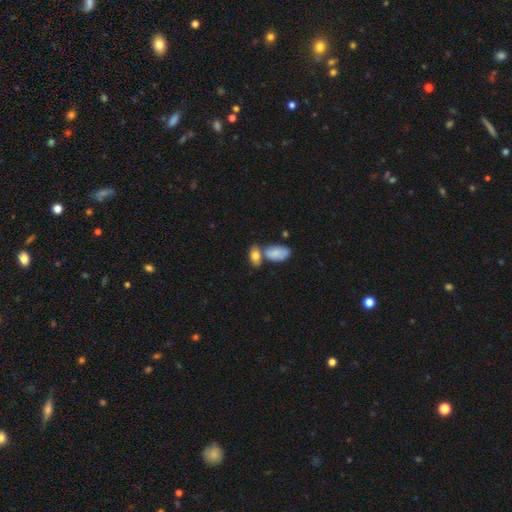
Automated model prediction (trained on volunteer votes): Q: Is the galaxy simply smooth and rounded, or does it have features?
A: smooth — 78%.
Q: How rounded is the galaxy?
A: in between — 89%.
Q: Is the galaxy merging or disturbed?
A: none — 45%.